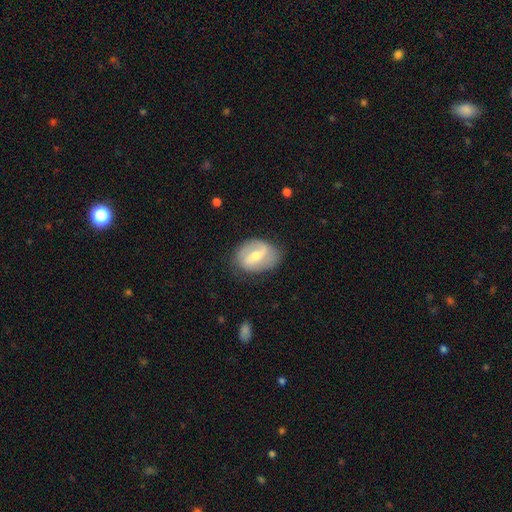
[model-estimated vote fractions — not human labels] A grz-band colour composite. It shows a featured or disk galaxy (69%) with a weak bar (44%), 2 (82%) medium (42%) spiral arms (79%) and a moderate central bulge (54%). Merging: none (76%).